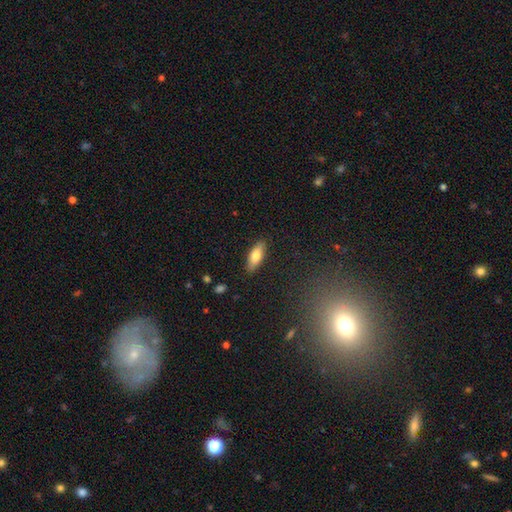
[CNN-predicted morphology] Smooth or featured?
  - smooth: 77% *
  - featured or disk: 17%
  - star or artifact: 6%
How rounded?
  - in between: 68% *
  - cigar-shaped: 30%
  - round: 2%
Merging?
  - none: 88% *
  - minor disturbance: 9%
  - major disturbance: 2%
  - merger: 1%